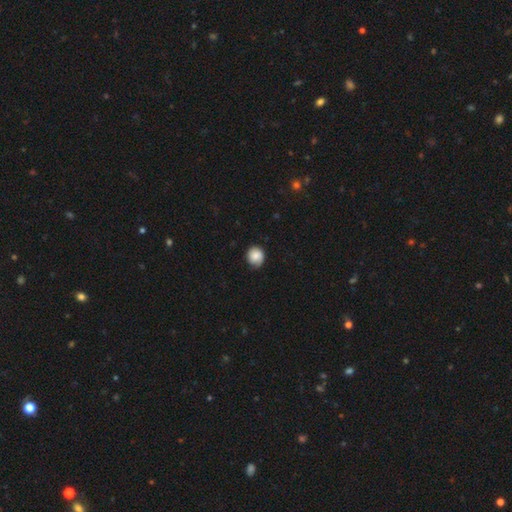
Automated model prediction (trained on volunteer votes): Smooth or featured?
  - smooth: 81% *
  - featured or disk: 11%
  - star or artifact: 8%
How rounded?
  - round: 82% *
  - in between: 17%
  - cigar-shaped: 1%
Merging?
  - none: 72% *
  - minor disturbance: 22%
  - major disturbance: 4%
  - merger: 1%